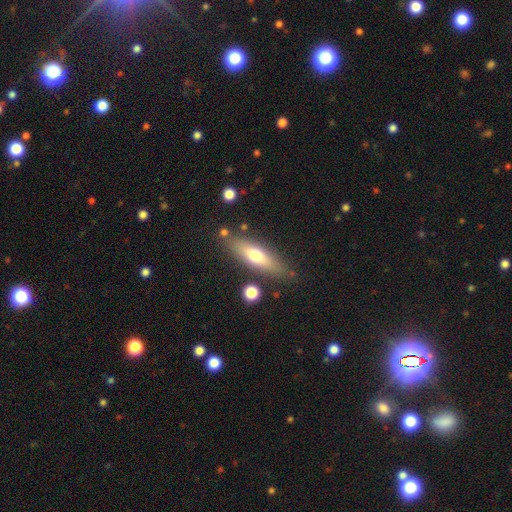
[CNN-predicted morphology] A smooth galaxy with no disk features (59%) that is cigar-shaped (57%). Merging: none (81%).